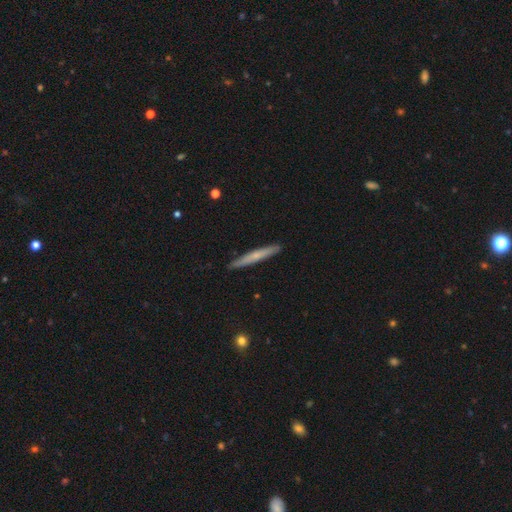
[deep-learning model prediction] Morphology: type=smooth (49%); merging=none (90%).